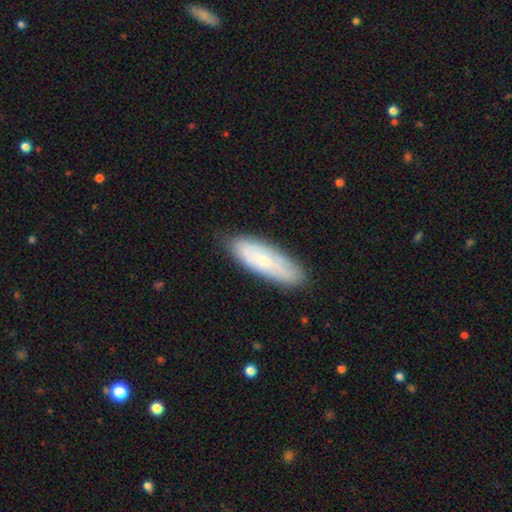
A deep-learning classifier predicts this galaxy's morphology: Smooth or featured?
  - smooth: 59% *
  - featured or disk: 34%
  - star or artifact: 7%
How rounded?
  - in between: 54% *
  - cigar-shaped: 44%
  - round: 2%
Merging?
  - none: 82% *
  - minor disturbance: 14%
  - major disturbance: 3%
  - merger: 1%